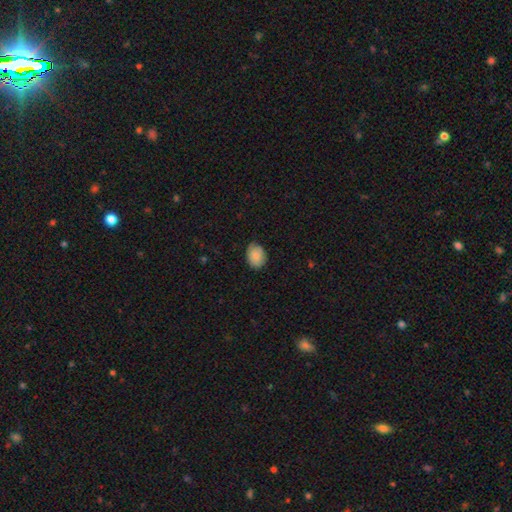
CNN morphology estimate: A smooth galaxy with no disk features (87%) that is in between round and cigar-shaped (67%).

Vote fractions:
- Smooth or featured? smooth: 87% / star or artifact: 7% / featured or disk: 6%
- How rounded? in between: 67% / round: 32% / cigar-shaped: 1%
- Merging? none: 77% / minor disturbance: 19% / major disturbance: 3% / merger: 1%